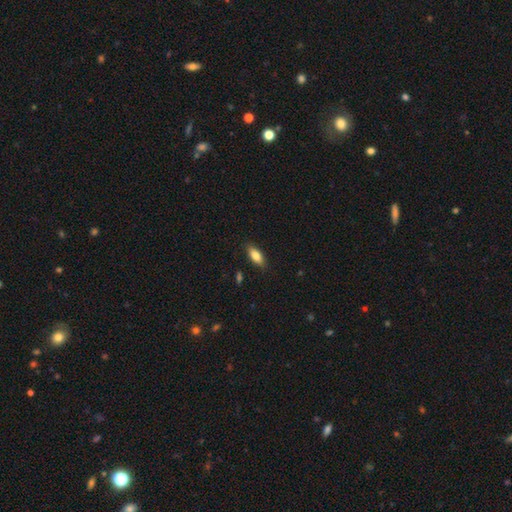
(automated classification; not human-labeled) Smooth or featured?
  - smooth: 82% *
  - featured or disk: 11%
  - star or artifact: 7%
How rounded?
  - in between: 80% *
  - cigar-shaped: 17%
  - round: 3%
Merging?
  - none: 86% *
  - minor disturbance: 11%
  - major disturbance: 2%
  - merger: 1%